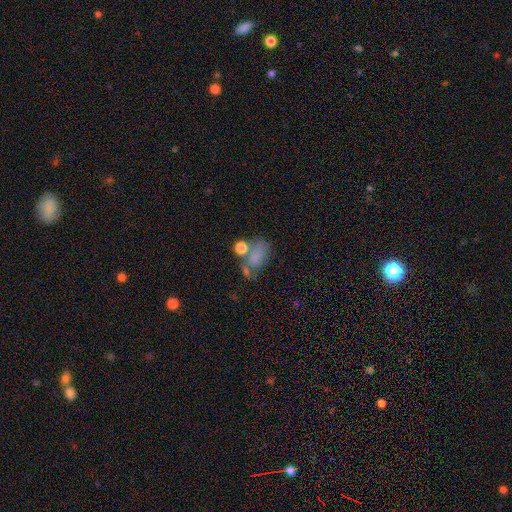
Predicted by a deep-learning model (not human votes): Morphology: type=smooth (67%); roundness=in between (79%); merging=none (35%).